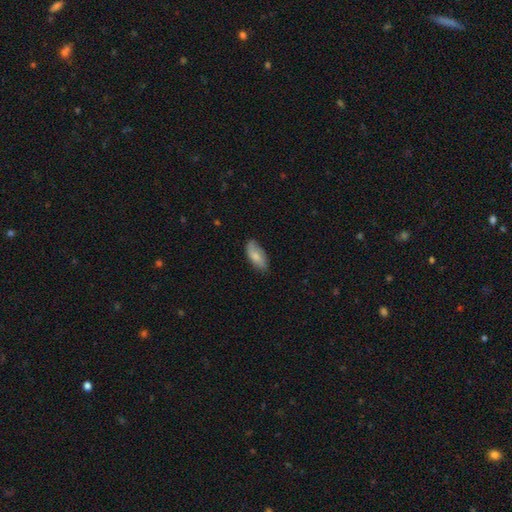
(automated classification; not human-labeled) Smooth or featured?
  - smooth: 70% *
  - featured or disk: 24%
  - star or artifact: 6%
How rounded?
  - in between: 87% *
  - cigar-shaped: 11%
  - round: 2%
Merging?
  - none: 74% *
  - minor disturbance: 21%
  - major disturbance: 3%
  - merger: 1%